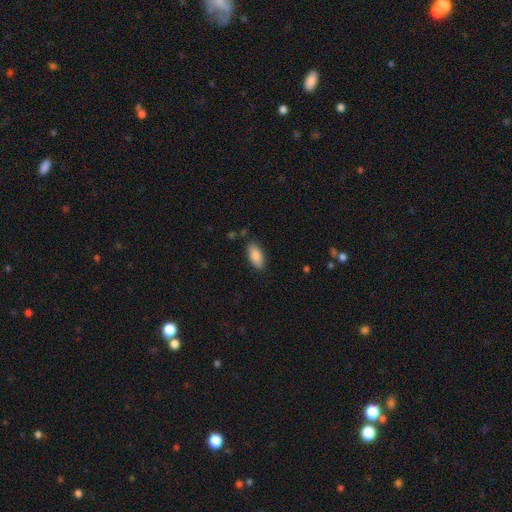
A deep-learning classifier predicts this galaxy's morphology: Smooth or featured? smooth (86%)
How rounded? in between (88%)
Merging? none (84%)